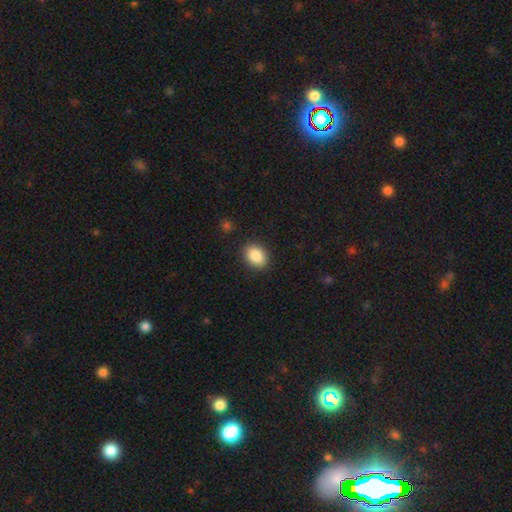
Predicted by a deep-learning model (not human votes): smooth-or-featured: smooth: 87% | star or artifact: 8% | featured or disk: 5%
  how-rounded: in between: 70% | round: 29% | cigar-shaped: 1%
  merging: none: 88% | minor disturbance: 8% | major disturbance: 2% | merger: 1%